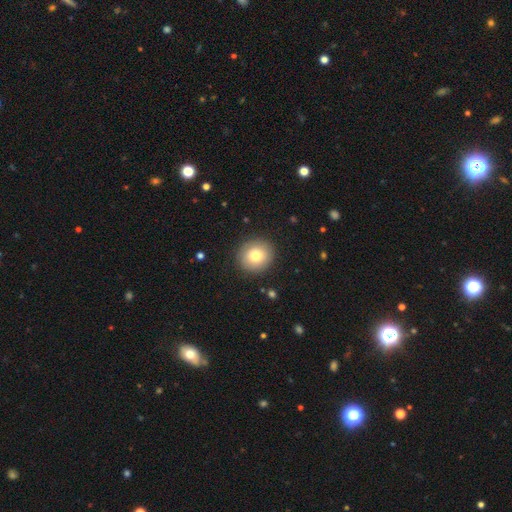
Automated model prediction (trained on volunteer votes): Overall: smooth (79%). How rounded: round (90%). Merging: none (90%).